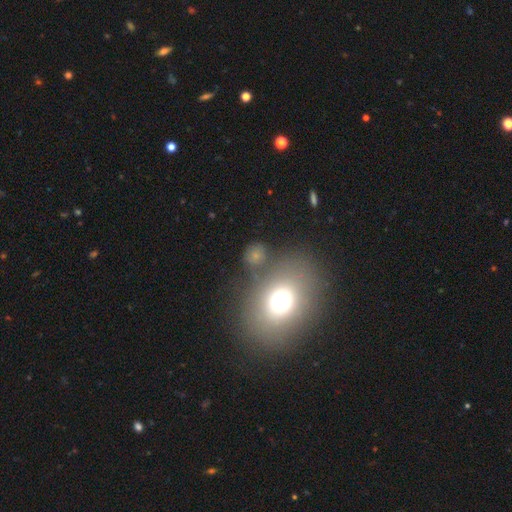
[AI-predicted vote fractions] Smooth or featured?
  - smooth: 61% *
  - star or artifact: 25%
  - featured or disk: 14%
How rounded?
  - round: 79% *
  - in between: 20%
  - cigar-shaped: 1%
Merging?
  - none: 67% *
  - minor disturbance: 13%
  - merger: 12%
  - major disturbance: 7%